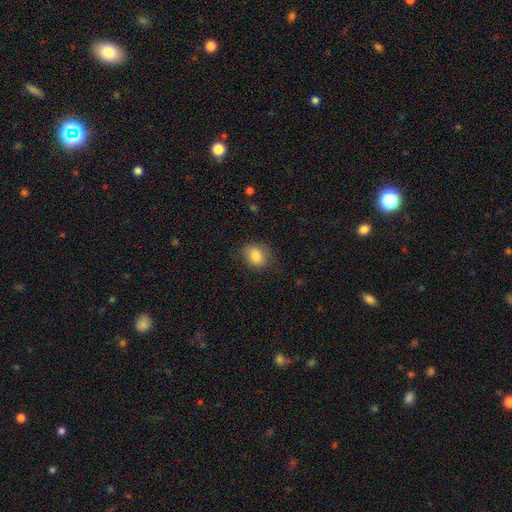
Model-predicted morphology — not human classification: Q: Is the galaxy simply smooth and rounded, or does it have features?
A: smooth — 84%.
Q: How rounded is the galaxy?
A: round — 54%.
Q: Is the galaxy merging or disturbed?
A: none — 79%.